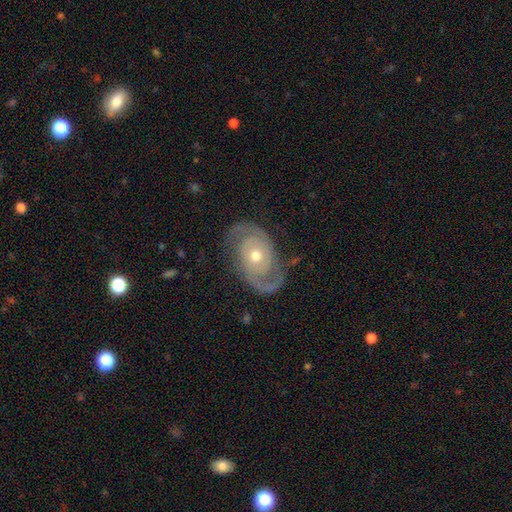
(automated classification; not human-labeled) Smooth or featured?
  - featured or disk: 90% *
  - smooth: 6%
  - star or artifact: 5%
Edge-on disk?
  - no: 97% *
  - yes: 3%
Bar?
  - no: 78% *
  - weak: 17%
  - strong: 5%
Spiral arms?
  - yes: 97% *
  - no: 3%
Spiral winding?
  - tight: 46% *
  - medium: 41%
  - loose: 13%
Spiral arm count?
  - 2: 91% *
  - can't tell: 3%
  - 3: 2%
  - 1: 2%
  - 4: 1%
  - more than 4: 1%
Bulge size?
  - moderate: 65% *
  - small: 31%
  - large: 3%
  - dominant: 1%
  - none: 1%
Merging?
  - none: 77% *
  - minor disturbance: 14%
  - major disturbance: 7%
  - merger: 1%